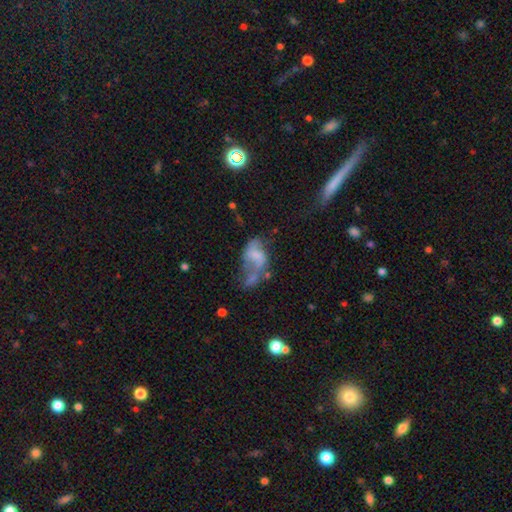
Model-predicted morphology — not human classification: smooth_or_featured: featured or disk (p=0.52) [alt: smooth p=0.38]
disk_edge_on: no (p=0.97) [alt: yes p=0.03]
bar: no (p=0.59) [alt: weak p=0.33]
has_spiral_arms: yes (p=0.57) [alt: no p=0.43]
bulge_size: none (p=0.40) [alt: small p=0.27]
merging: major disturbance (p=0.33) [alt: merger p=0.28]